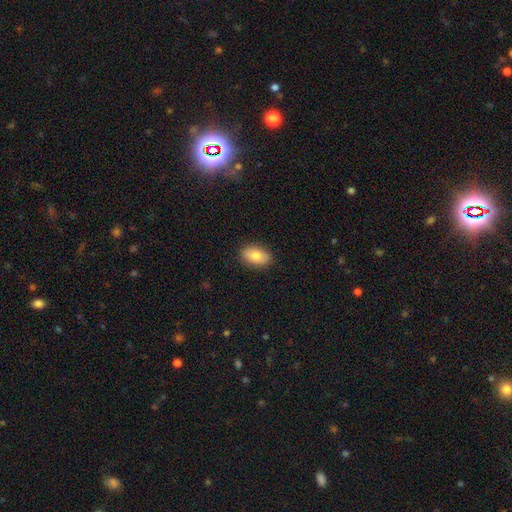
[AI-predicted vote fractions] Overall: smooth (78%). How rounded: in between (87%). Merging: none (86%).